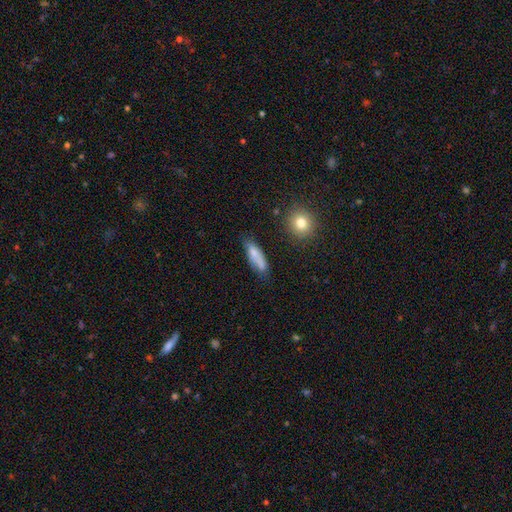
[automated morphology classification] This appears to be a smooth galaxy with no disk features (71%) that is in between round and cigar-shaped (49%). Merging: none (64%).